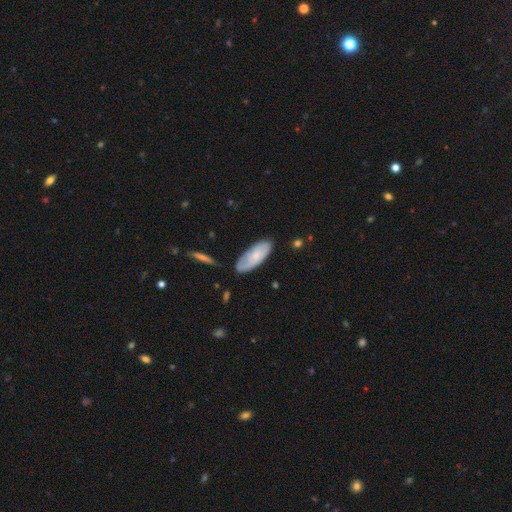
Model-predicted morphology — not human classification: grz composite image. It shows a smooth galaxy with no disk features (62%) that is in between round and cigar-shaped (77%). Merging: none (68%).